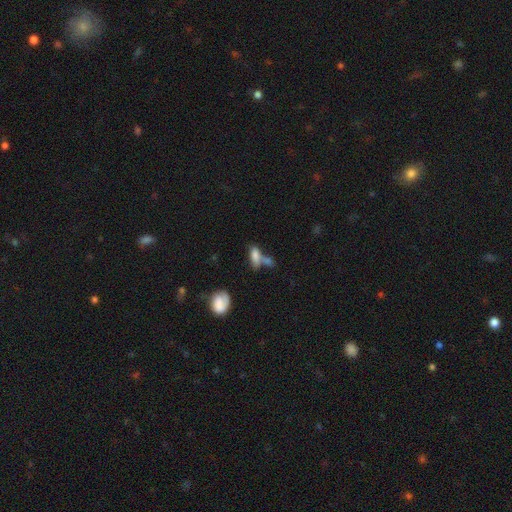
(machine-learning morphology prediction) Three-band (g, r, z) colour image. It shows a smooth galaxy with no disk features (70%) that is in between round and cigar-shaped (66%). Merging: merger (39%).